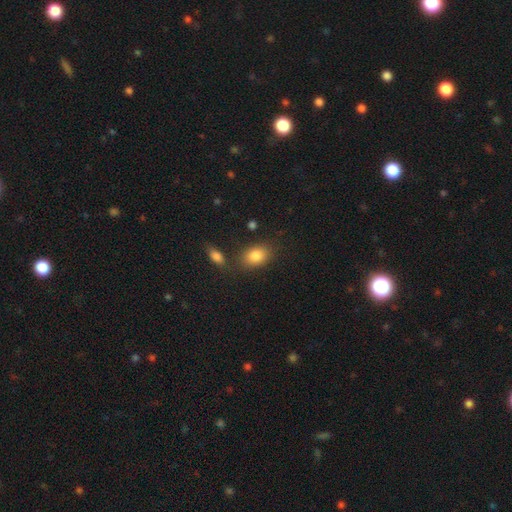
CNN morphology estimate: smooth-or-featured: smooth: 84% | star or artifact: 8% | featured or disk: 8%
  how-rounded: in between: 80% | round: 18% | cigar-shaped: 2%
  merging: none: 73% | minor disturbance: 13% | merger: 9% | major disturbance: 4%